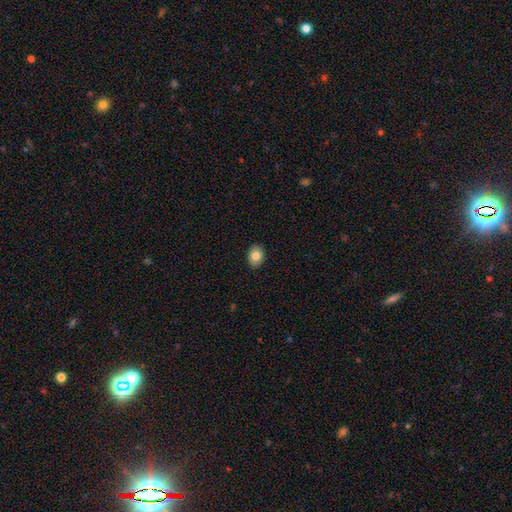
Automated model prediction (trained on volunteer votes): smooth_or_featured: smooth (p=0.83) [alt: featured or disk p=0.09]
how_rounded: in between (p=0.65) [alt: round p=0.34]
merging: none (p=0.89) [alt: minor disturbance p=0.08]